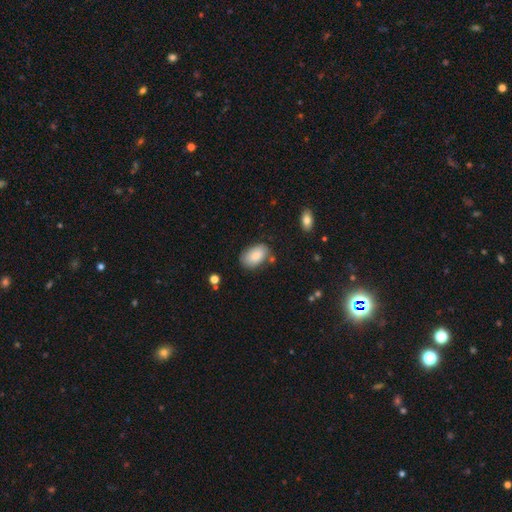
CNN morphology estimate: smooth-or-featured: smooth: 85% | featured or disk: 8% | star or artifact: 7%
  how-rounded: in between: 93% | round: 6% | cigar-shaped: 1%
  merging: none: 75% | minor disturbance: 17% | merger: 4% | major disturbance: 4%